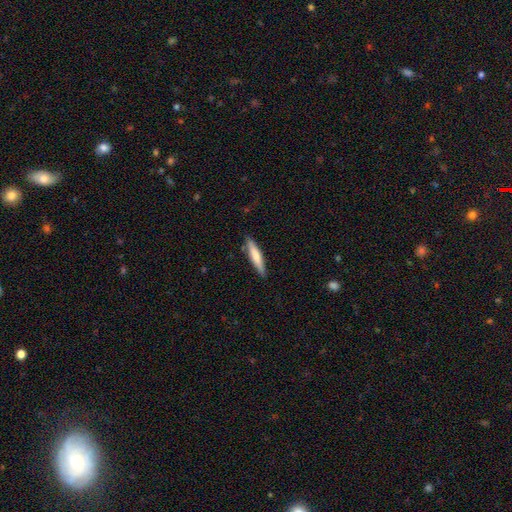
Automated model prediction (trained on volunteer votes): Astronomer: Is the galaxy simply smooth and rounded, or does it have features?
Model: smooth — 69%.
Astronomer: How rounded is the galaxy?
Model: cigar-shaped — 87%.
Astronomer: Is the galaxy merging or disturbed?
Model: none — 86%.